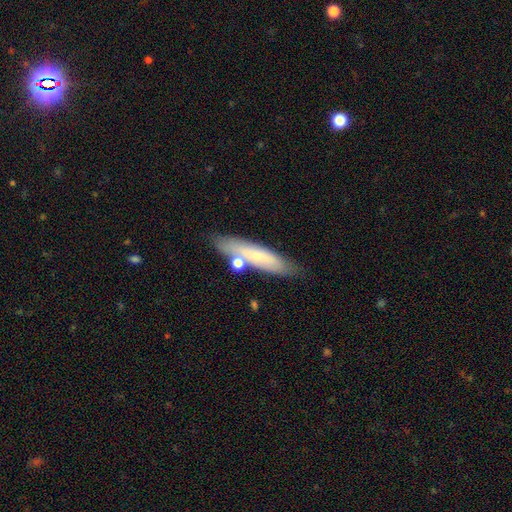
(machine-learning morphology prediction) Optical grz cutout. It shows a smooth galaxy with no disk features (59%) that is cigar-shaped (74%). Merging: none (71%).